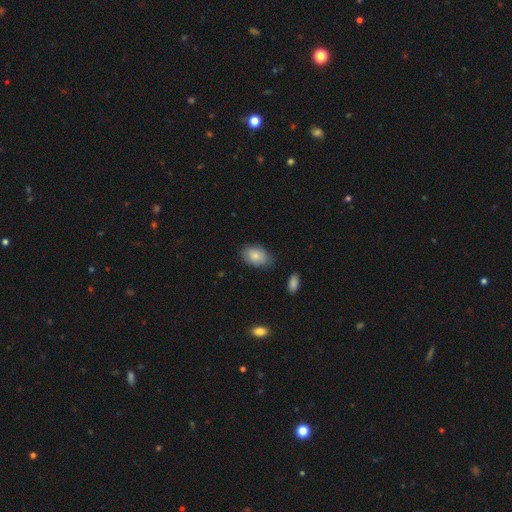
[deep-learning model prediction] Morphology: type=smooth (82%); roundness=in between (88%); merging=none (74%).